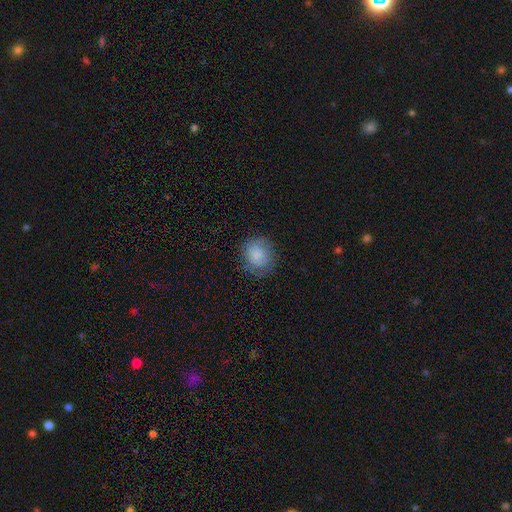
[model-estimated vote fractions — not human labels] A smooth galaxy with no disk features (82%) that is round (74%). Merging: none (77%).